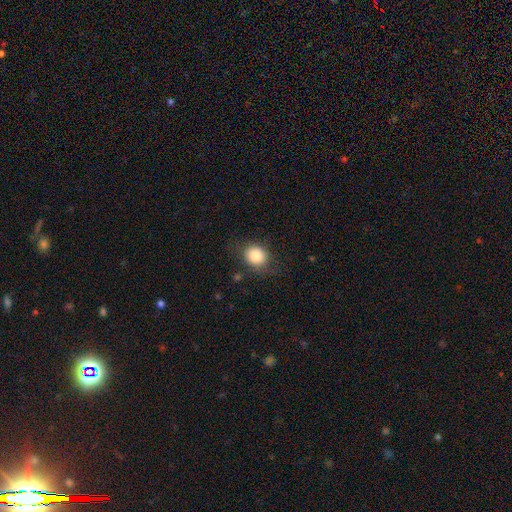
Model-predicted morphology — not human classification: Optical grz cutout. It shows a smooth galaxy with no disk features (83%) that is round (69%). Merging: none (77%).